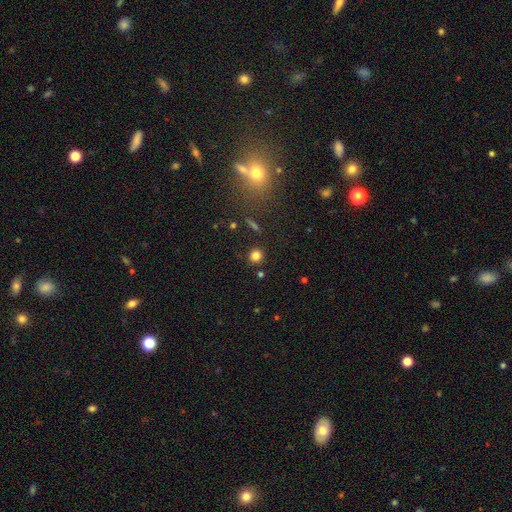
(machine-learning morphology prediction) Smooth or featured? Predicted: smooth (p=0.81). How rounded? Predicted: round (p=0.89). Merging? Predicted: none (p=0.88).